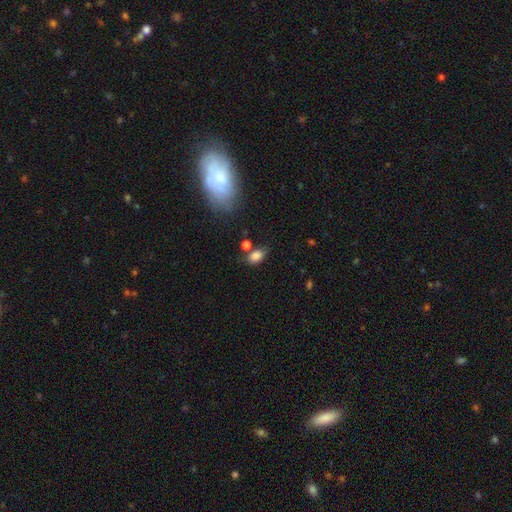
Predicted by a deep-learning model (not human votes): A smooth galaxy with no disk features (83%) that is in between round and cigar-shaped (85%).

Vote fractions:
- Smooth or featured? smooth: 83% / star or artifact: 11% / featured or disk: 6%
- How rounded? in between: 85% / round: 13% / cigar-shaped: 2%
- Merging? none: 63% / minor disturbance: 19% / merger: 12% / major disturbance: 6%